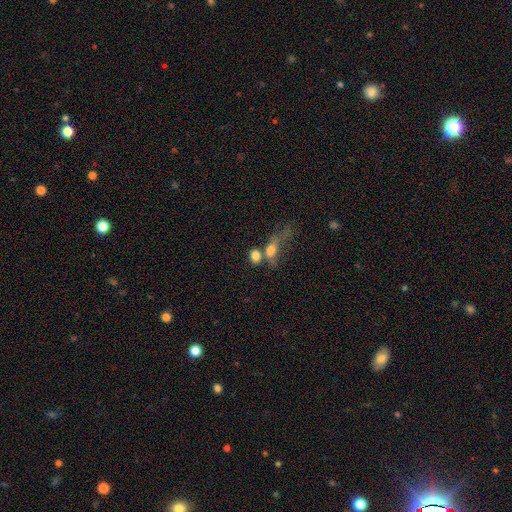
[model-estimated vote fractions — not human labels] Q: Smooth or featured?
A: smooth (77%); runner-up: featured or disk (13%)
Q: How rounded?
A: in between (69%); runner-up: round (27%)
Q: Merging?
A: merger (49%); runner-up: none (29%)